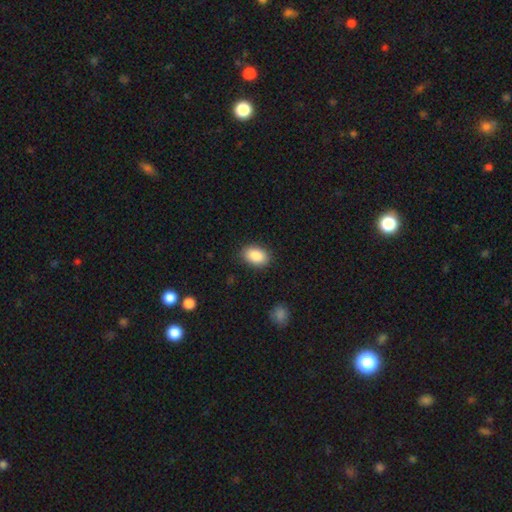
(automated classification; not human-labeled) Smooth or featured: smooth — 88% (star or artifact — 7%)
How rounded: in between — 87% (round — 12%)
Merging: none — 86% (minor disturbance — 10%)